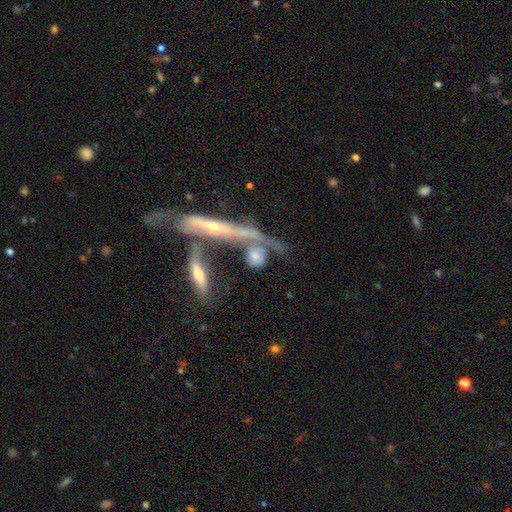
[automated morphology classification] smooth_or_featured: smooth (p=0.55) [alt: featured or disk p=0.35]
how_rounded: round (p=0.43) [alt: cigar-shaped p=0.29]
merging: none (p=0.38) [alt: merger p=0.37]